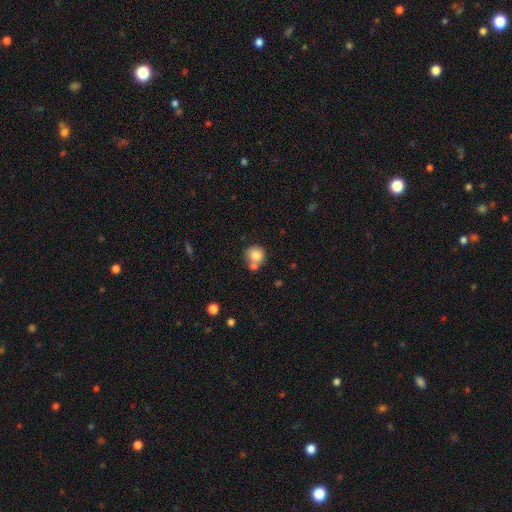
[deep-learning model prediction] smooth_or_featured: smooth (p=0.81) [alt: star or artifact p=0.10]
how_rounded: round (p=0.87) [alt: in between p=0.12]
merging: none (p=0.52) [alt: merger p=0.33]